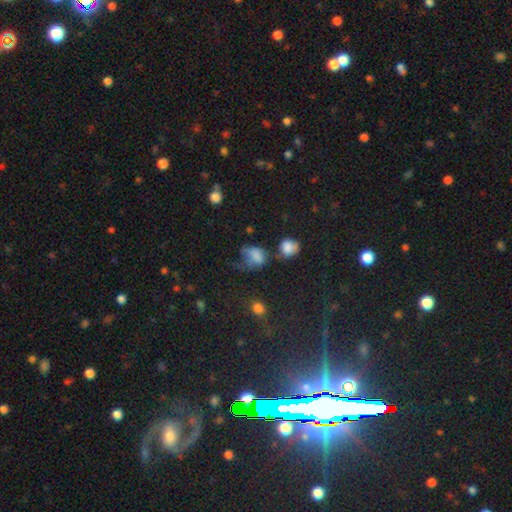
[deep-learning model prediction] smooth_or_featured: smooth (p=0.67) [alt: featured or disk p=0.18]
how_rounded: in between (p=0.59) [alt: round p=0.39]
merging: major disturbance (p=0.40) [alt: minor disturbance p=0.24]